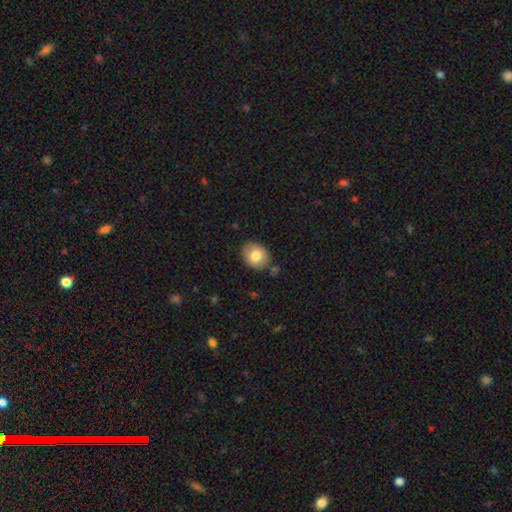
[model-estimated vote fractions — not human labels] Smooth or featured?
  - smooth: 81% *
  - featured or disk: 11%
  - star or artifact: 8%
How rounded?
  - in between: 51% *
  - round: 48%
  - cigar-shaped: 1%
Merging?
  - none: 80% *
  - minor disturbance: 14%
  - merger: 4%
  - major disturbance: 3%